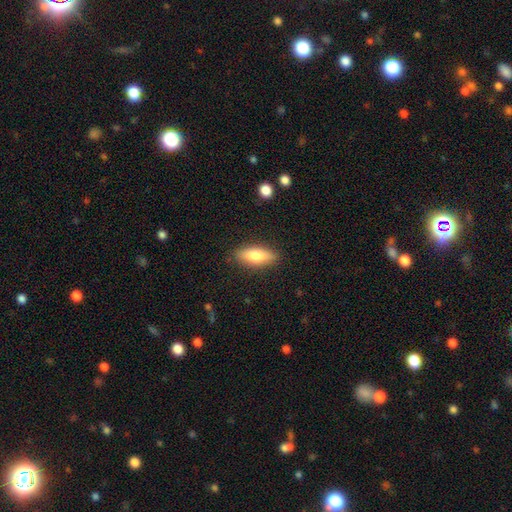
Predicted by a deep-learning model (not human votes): smooth-or-featured: smooth: 73% | featured or disk: 21% | star or artifact: 6%
  how-rounded: in between: 66% | cigar-shaped: 31% | round: 3%
  merging: none: 87% | minor disturbance: 10% | major disturbance: 2% | merger: 1%